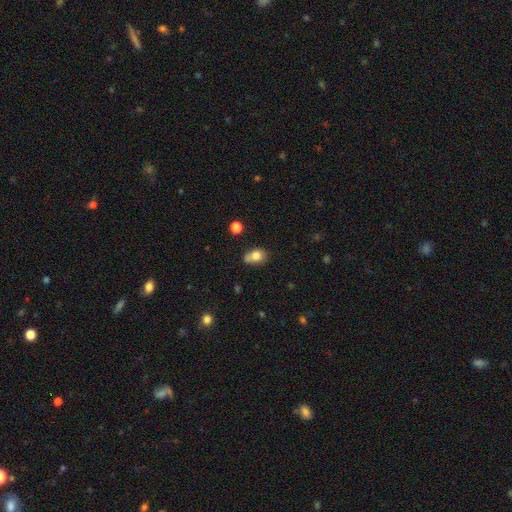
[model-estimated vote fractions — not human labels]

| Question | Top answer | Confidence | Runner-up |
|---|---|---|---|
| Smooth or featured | smooth | 78% | featured or disk (11%) |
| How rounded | in between | 64% | round (34%) |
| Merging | none | 45% | minor disturbance (30%) |